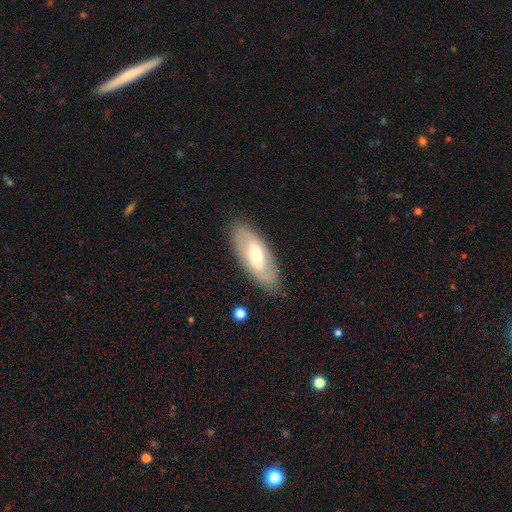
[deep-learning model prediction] smooth_or_featured: smooth (p=0.48) [alt: featured or disk p=0.46]
merging: none (p=0.83) [alt: minor disturbance p=0.12]